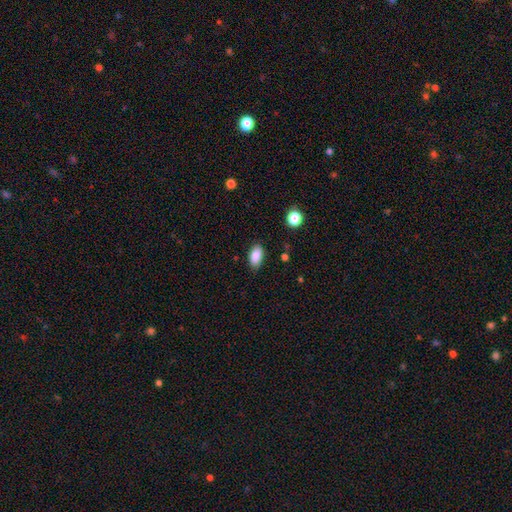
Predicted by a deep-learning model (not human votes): The model was most divided on "merging": none: 84%, minor disturbance: 12%, major disturbance: 3%, merger: 1%. More confident: how rounded — in between (92%); smooth or featured — smooth (88%).